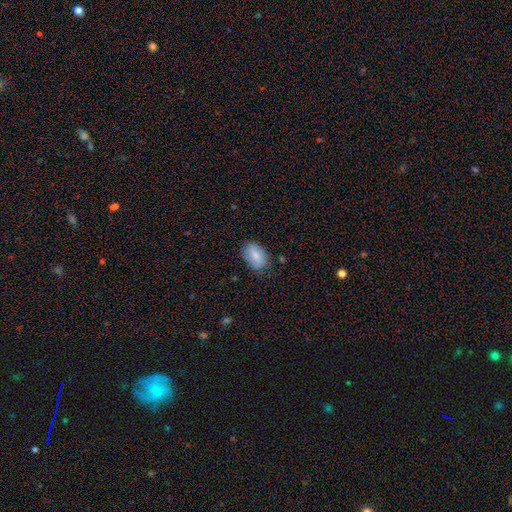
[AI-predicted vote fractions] A smooth galaxy with no disk features (80%) that is in between round and cigar-shaped (90%).

Vote fractions:
- Smooth or featured? smooth: 80% / featured or disk: 13% / star or artifact: 7%
- How rounded? in between: 90% / round: 8% / cigar-shaped: 2%
- Merging? none: 74% / minor disturbance: 20% / major disturbance: 4% / merger: 1%